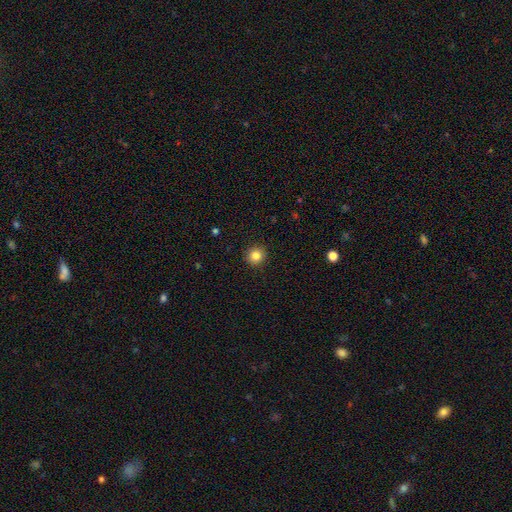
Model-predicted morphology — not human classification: A smooth galaxy with no disk features (84%) that is round (93%).

Vote fractions:
- Smooth or featured? smooth: 84% / star or artifact: 11% / featured or disk: 5%
- How rounded? round: 93% / in between: 6% / cigar-shaped: 1%
- Merging? none: 92% / minor disturbance: 5% / major disturbance: 2% / merger: 1%